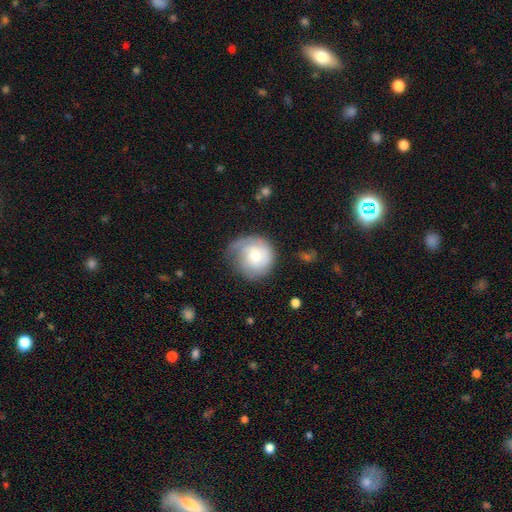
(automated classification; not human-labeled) Q: Smooth or featured?
A: featured or disk (48%); runner-up: smooth (45%)
Q: Merging?
A: none (56%); runner-up: minor disturbance (27%)